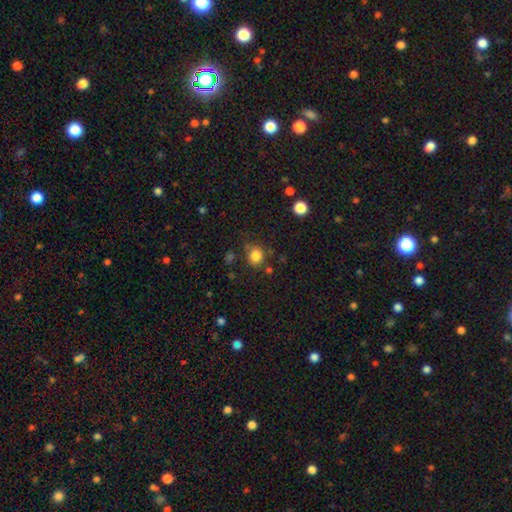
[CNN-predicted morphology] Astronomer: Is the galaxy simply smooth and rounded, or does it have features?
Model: smooth — 82%.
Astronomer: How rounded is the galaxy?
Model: round — 81%.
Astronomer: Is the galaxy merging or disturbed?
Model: none — 75%.